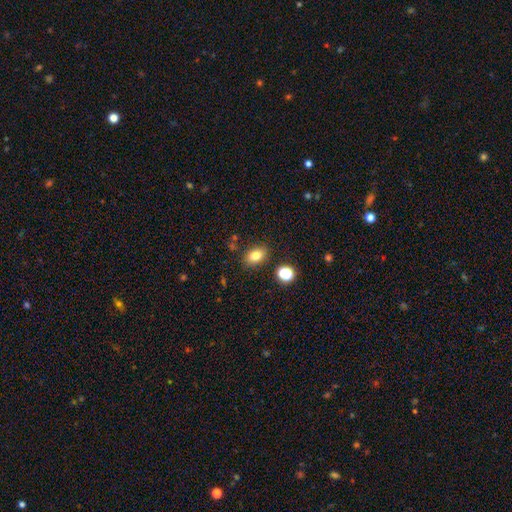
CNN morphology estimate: A smooth galaxy with no disk features (81%) that is in between round and cigar-shaped (76%). Merging: none (82%).